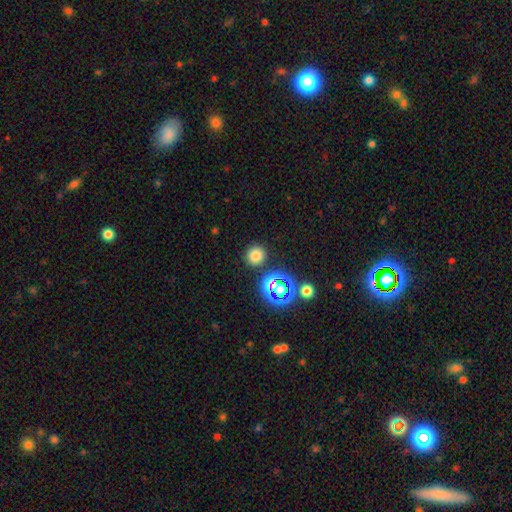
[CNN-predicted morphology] Smooth or featured? Predicted: smooth (p=0.73). How rounded? Predicted: round (p=0.90). Merging? Predicted: none (p=0.86).